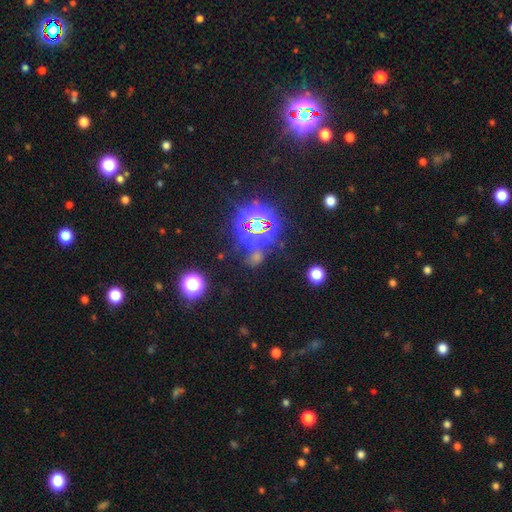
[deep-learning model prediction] star or artifact 75%, smooth 17%, featured or disk 8%.